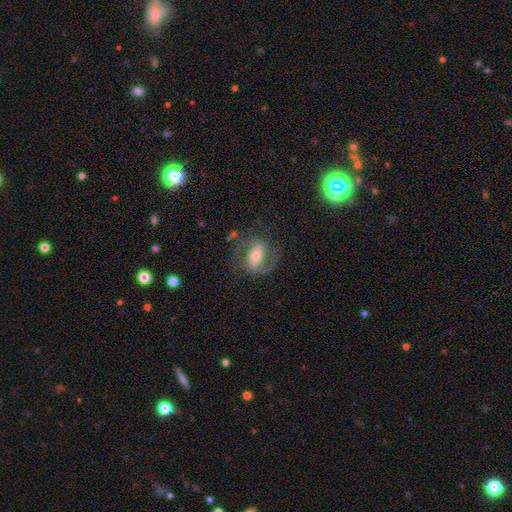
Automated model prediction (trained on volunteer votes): This appears to be a featured or disk galaxy (78%) with a strong bar (45%), 2 (89%) medium (56%) spiral arms (91%) and a moderate central bulge (56%). Merging: none (73%).